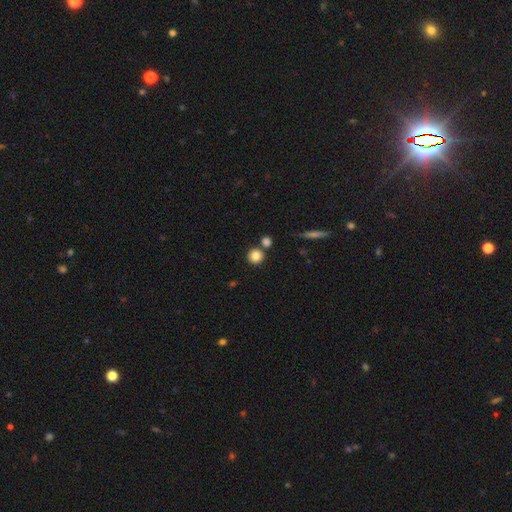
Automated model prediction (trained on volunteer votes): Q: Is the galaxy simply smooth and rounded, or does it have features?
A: smooth — 84%.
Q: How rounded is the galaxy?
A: round — 92%.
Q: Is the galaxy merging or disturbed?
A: none — 76%.